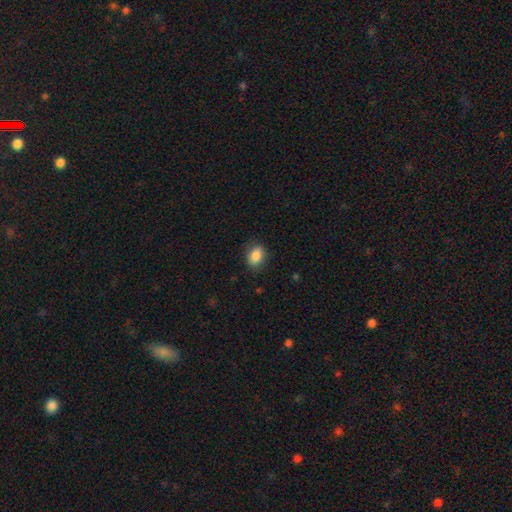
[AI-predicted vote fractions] Smooth or featured? smooth (87%)
How rounded? in between (77%)
Merging? none (83%)